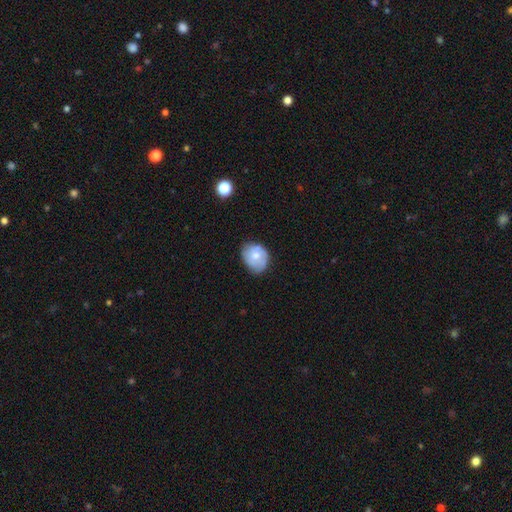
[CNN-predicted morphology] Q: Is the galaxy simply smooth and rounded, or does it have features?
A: smooth — 59%.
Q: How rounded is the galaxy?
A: round — 50%.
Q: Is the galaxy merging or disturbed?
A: none — 63%.